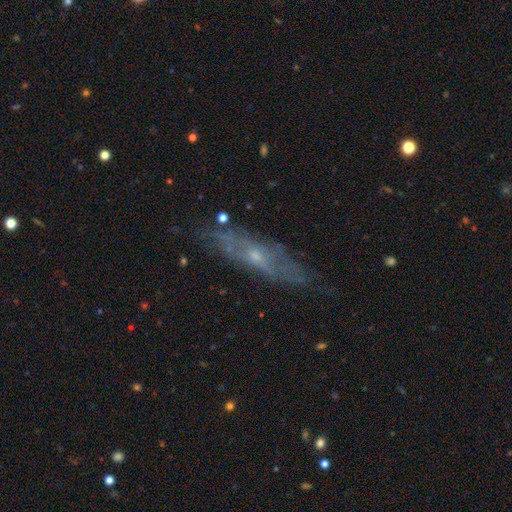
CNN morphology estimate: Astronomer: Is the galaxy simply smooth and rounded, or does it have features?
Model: featured or disk — 62%.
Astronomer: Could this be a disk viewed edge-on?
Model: no — 50%, tied with yes at 50%.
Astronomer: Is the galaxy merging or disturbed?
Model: none — 74%.